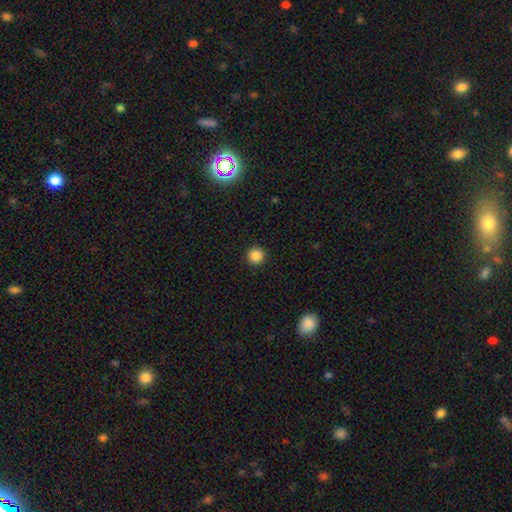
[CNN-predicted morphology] smooth_or_featured: smooth (p=0.86) [alt: star or artifact p=0.11]
how_rounded: round (p=0.95) [alt: in between p=0.04]
merging: none (p=0.92) [alt: minor disturbance p=0.05]